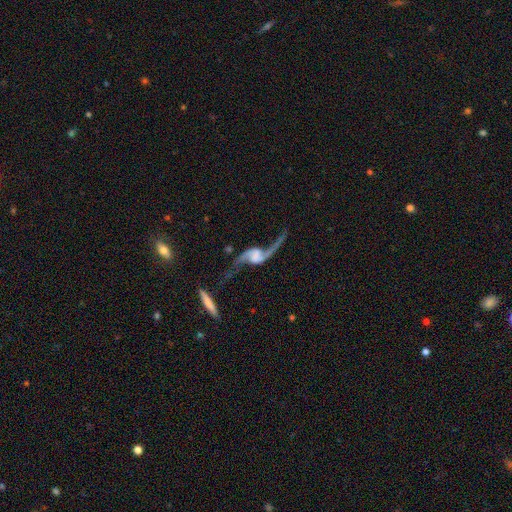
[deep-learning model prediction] Smooth or featured? featured or disk (90%)
Edge-on disk? no (92%)
Bar? no (42%)
Spiral arms? yes (96%)
Spiral winding? loose (92%)
Spiral arm count? 2 (94%)
Bulge size? none (50%)
Merging? none (61%)